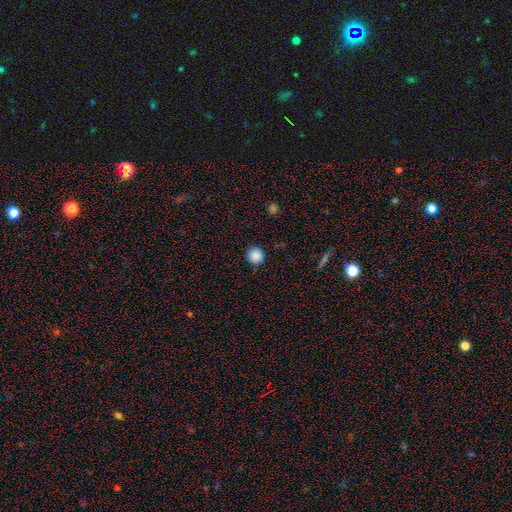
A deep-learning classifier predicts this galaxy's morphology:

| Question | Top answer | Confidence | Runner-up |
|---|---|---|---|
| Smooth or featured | smooth | 86% | star or artifact (10%) |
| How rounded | round | 93% | in between (6%) |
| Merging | none | 89% | minor disturbance (8%) |